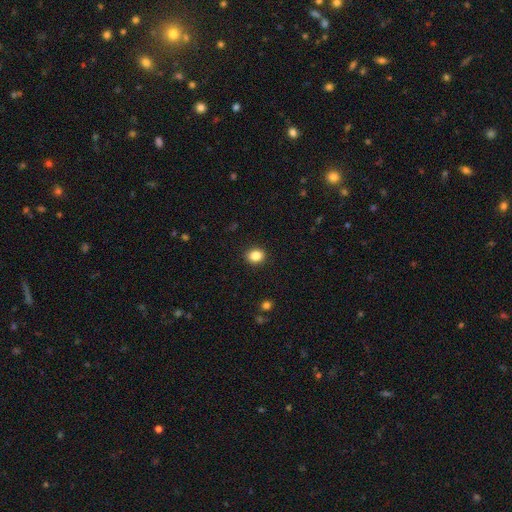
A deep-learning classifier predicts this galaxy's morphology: Q: Smooth or featured?
A: smooth (86%); runner-up: star or artifact (10%)
Q: How rounded?
A: round (60%); runner-up: in between (39%)
Q: Merging?
A: none (91%); runner-up: minor disturbance (6%)